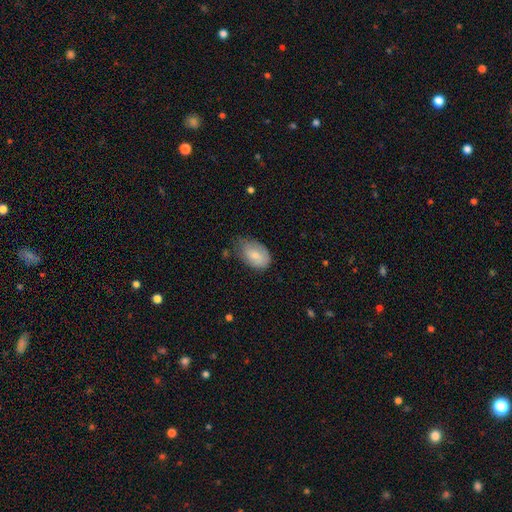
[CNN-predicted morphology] type=smooth (78%); roundness=in between (91%); merging=none (48%).